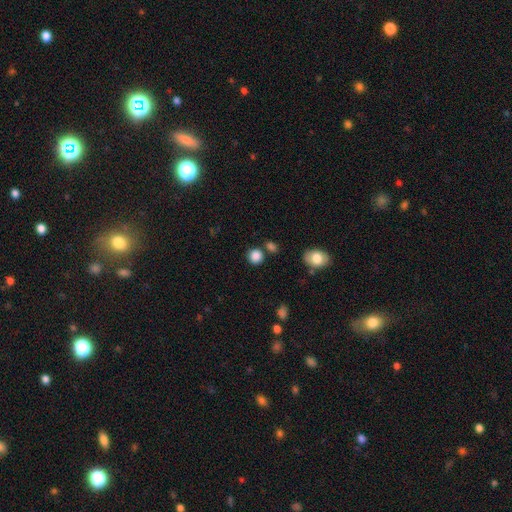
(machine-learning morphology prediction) The model was most divided on "merging": none: 77%, minor disturbance: 11%, merger: 9%, major disturbance: 4%. More confident: smooth or featured — smooth (86%); how rounded — round (86%).